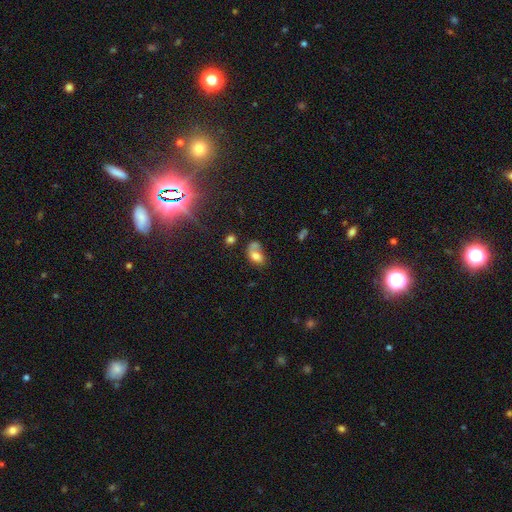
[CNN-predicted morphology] type=smooth (68%); roundness=in between (83%); merging=merger (33%).